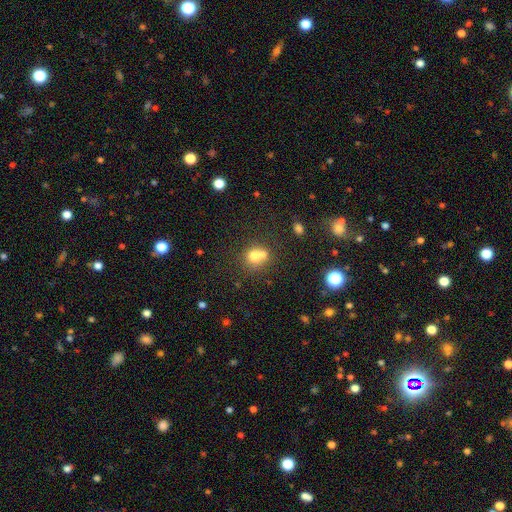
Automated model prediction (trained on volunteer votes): smooth_or_featured: smooth (p=0.69) [alt: featured or disk p=0.18]
how_rounded: round (p=0.77) [alt: in between p=0.22]
merging: merger (p=0.53) [alt: none p=0.35]